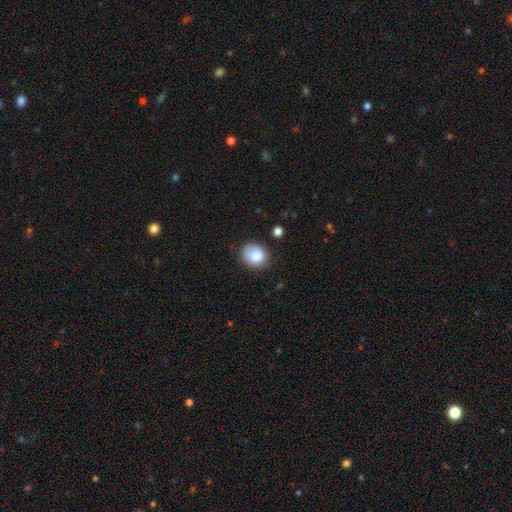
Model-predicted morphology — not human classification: Overall: smooth (84%). How rounded: round (66%; in between 33%). Merging: none (70%).